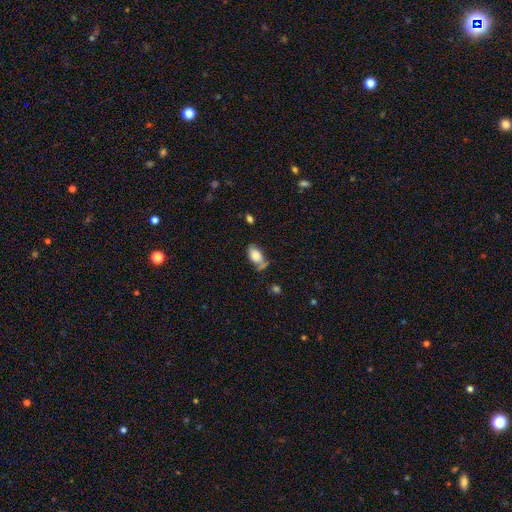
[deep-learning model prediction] Smooth or featured? Predicted: smooth (p=0.80). How rounded? Predicted: in between (p=0.92). Merging? Predicted: none (p=0.47).